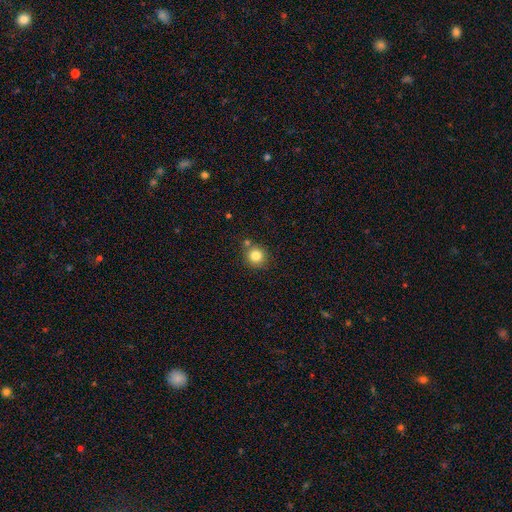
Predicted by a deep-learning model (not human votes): This appears to be a smooth galaxy with no disk features (82%) that is round (91%). Merging: none (77%).